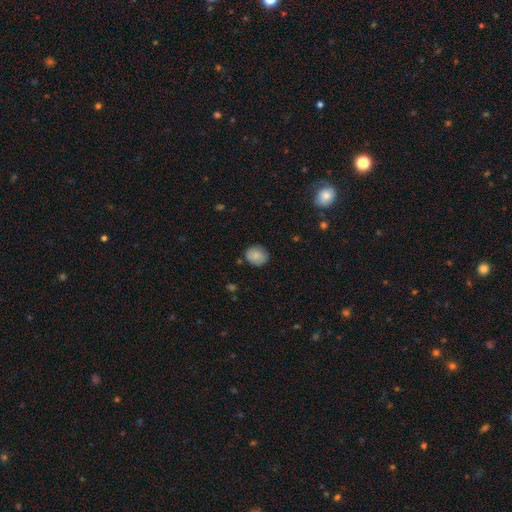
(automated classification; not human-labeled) Smooth or featured? Predicted: smooth (p=0.83). How rounded? Predicted: round (p=0.67). Merging? Predicted: none (p=0.82).